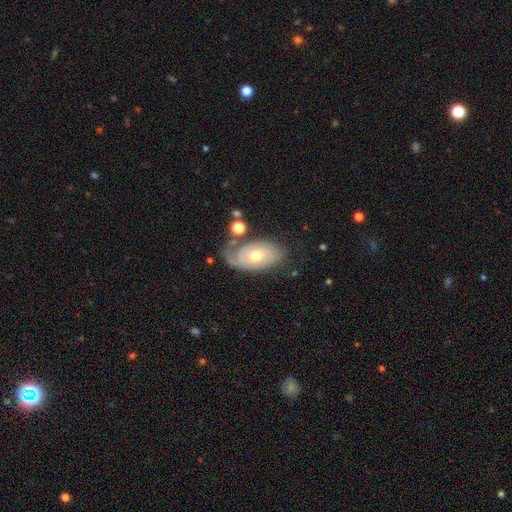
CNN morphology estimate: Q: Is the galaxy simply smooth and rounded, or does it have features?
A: featured or disk — 64%.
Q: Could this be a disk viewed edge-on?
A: no — 93%.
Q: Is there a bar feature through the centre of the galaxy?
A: no — 78%.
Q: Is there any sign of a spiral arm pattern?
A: yes — 77%.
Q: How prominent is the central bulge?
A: moderate — 63%.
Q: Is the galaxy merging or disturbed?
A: none — 50%.